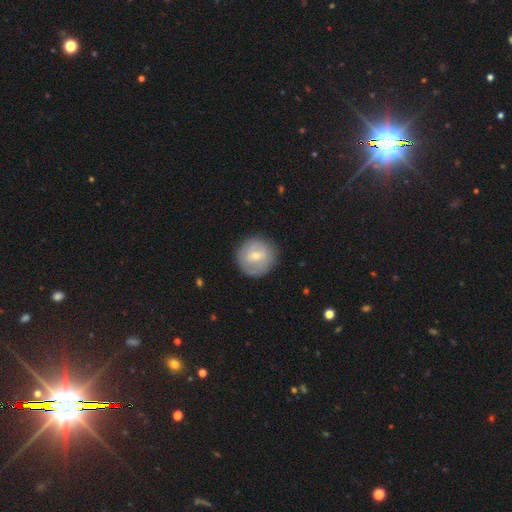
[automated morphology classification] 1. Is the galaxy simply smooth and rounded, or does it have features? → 53% smooth, 40% featured or disk, 7% star or artifact.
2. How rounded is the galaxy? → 94% round, 5% in between, 1% cigar-shaped.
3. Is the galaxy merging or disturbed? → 85% none, 10% minor disturbance, 3% major disturbance, 1% merger.